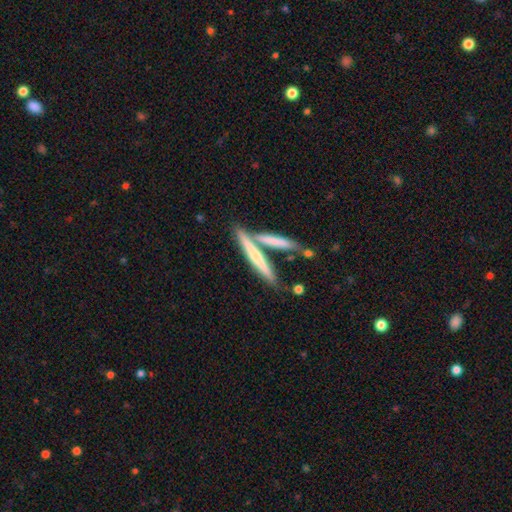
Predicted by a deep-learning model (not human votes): Smooth or featured: smooth — 50% (featured or disk — 44%)
Merging: none — 60% (merger — 27%)